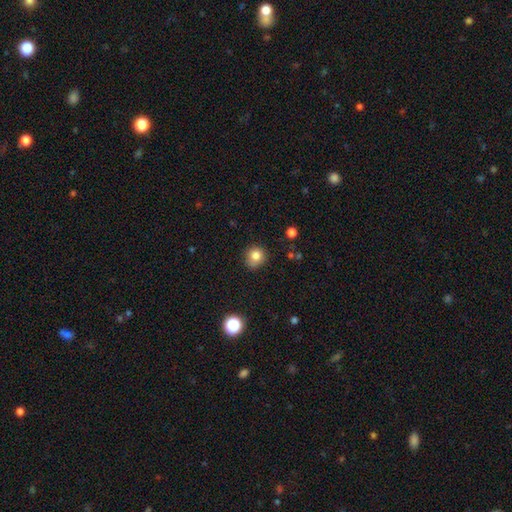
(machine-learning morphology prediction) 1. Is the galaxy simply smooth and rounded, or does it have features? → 81% smooth, 12% star or artifact, 7% featured or disk.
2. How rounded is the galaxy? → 85% round, 14% in between, 1% cigar-shaped.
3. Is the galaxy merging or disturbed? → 78% none, 16% minor disturbance, 4% major disturbance, 2% merger.